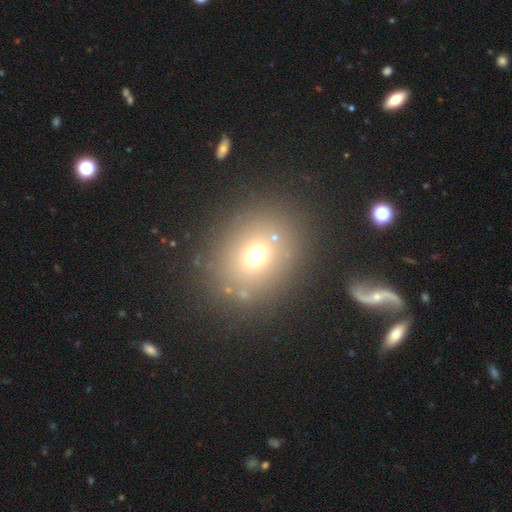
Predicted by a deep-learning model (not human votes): A smooth galaxy with no disk features (66%) that is round (64%).

Vote fractions:
- Smooth or featured? smooth: 66% / star or artifact: 18% / featured or disk: 16%
- How rounded? round: 64% / in between: 35% / cigar-shaped: 1%
- Merging? none: 79% / minor disturbance: 10% / merger: 7% / major disturbance: 4%